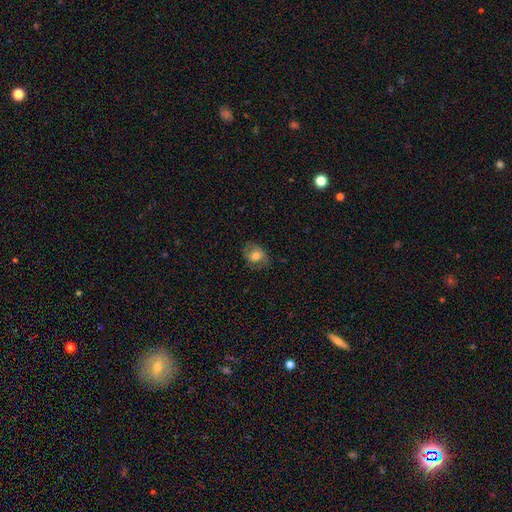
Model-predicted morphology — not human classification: Overall: smooth (68%). How rounded: round (50%; in between 49%). Merging: none (69%).